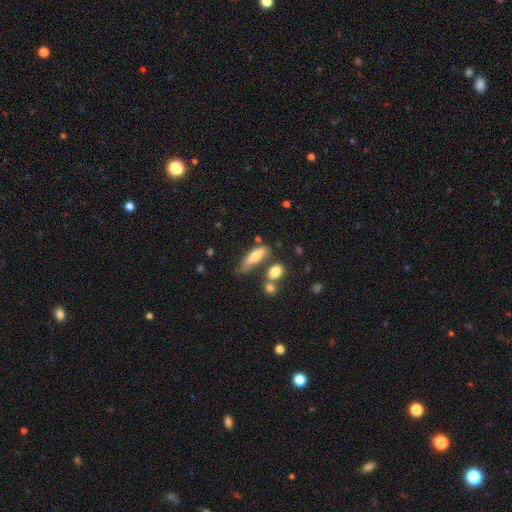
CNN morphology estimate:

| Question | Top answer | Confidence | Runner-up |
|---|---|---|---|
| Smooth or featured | smooth | 72% | featured or disk (21%) |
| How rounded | in between | 57% | cigar-shaped (40%) |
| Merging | none | 42% | minor disturbance (28%) |